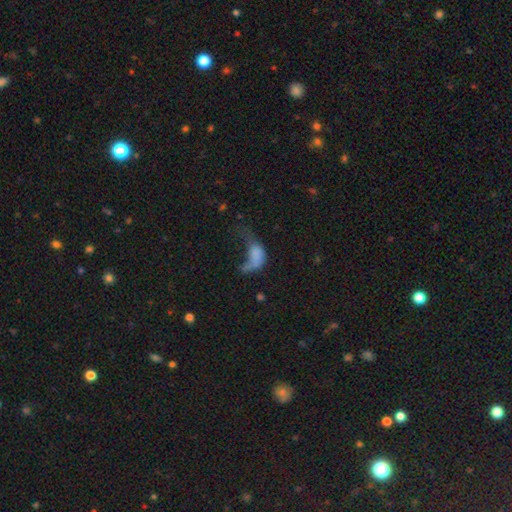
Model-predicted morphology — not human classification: Smooth or featured? Predicted: smooth (p=0.57). How rounded? Predicted: in between (p=0.85). Merging? Predicted: major disturbance (p=0.63).